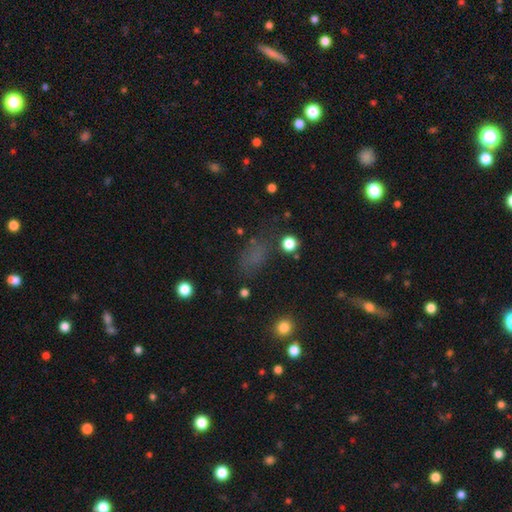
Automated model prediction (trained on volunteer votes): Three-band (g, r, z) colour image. It shows a smooth galaxy with no disk features (57%) that is in between round and cigar-shaped (72%). Merging: none (62%).